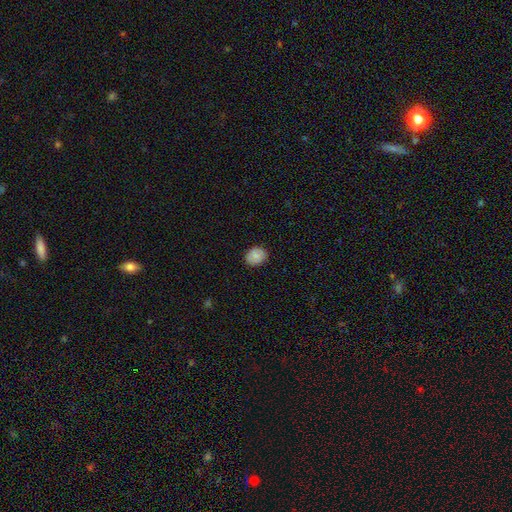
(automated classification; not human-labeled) smooth 78%, featured or disk 14%, star or artifact 8%. Down the decision tree: how rounded — round (54%); merging — none (85%).